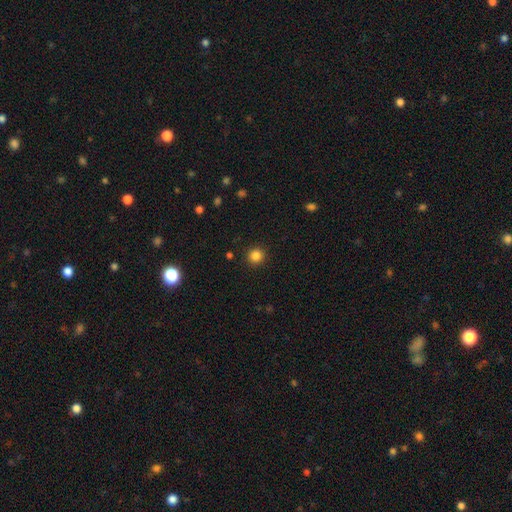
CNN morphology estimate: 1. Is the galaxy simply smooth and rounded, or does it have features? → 84% smooth, 12% star or artifact, 4% featured or disk.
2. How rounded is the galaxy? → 94% round, 5% in between, 1% cigar-shaped.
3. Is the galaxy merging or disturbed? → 92% none, 5% minor disturbance, 2% major disturbance, 1% merger.